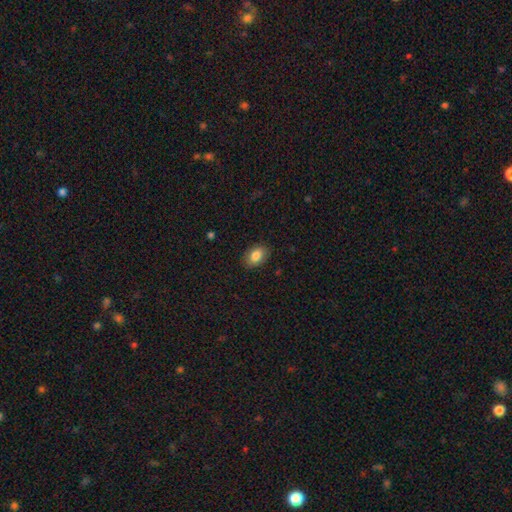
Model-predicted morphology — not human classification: smooth_or_featured: smooth (p=0.85) [alt: featured or disk p=0.08]
how_rounded: in between (p=0.86) [alt: round p=0.13]
merging: none (p=0.86) [alt: minor disturbance p=0.10]